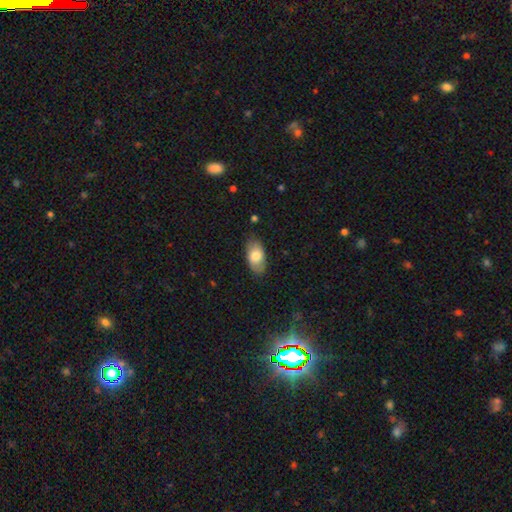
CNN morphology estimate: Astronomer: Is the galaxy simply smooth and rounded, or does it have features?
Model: smooth — 79%.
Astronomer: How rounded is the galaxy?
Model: in between — 93%.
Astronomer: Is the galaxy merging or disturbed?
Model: none — 82%.